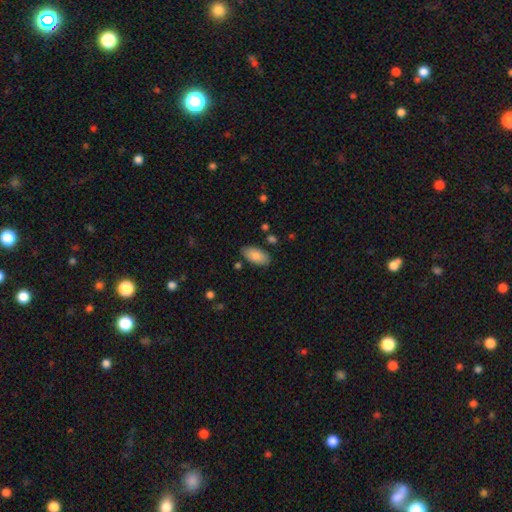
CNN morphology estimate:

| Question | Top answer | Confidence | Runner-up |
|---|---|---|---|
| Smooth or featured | smooth | 86% | featured or disk (8%) |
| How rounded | in between | 93% | cigar-shaped (5%) |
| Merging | none | 83% | minor disturbance (11%) |